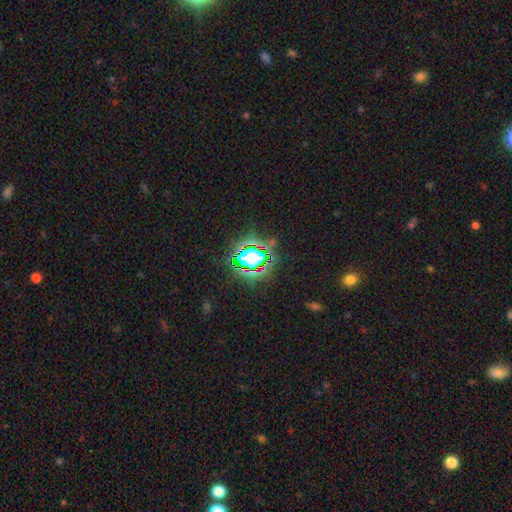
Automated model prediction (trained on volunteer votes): Morphology: type=star or artifact (76%).